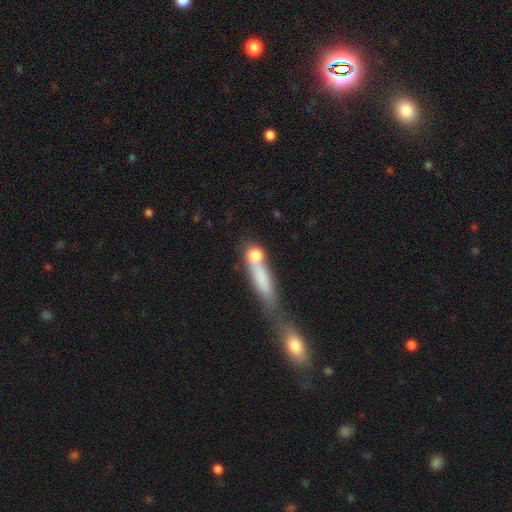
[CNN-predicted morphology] Smooth or featured?
  - smooth: 70% *
  - featured or disk: 19%
  - star or artifact: 11%
How rounded?
  - round: 45% *
  - cigar-shaped: 31%
  - in between: 24%
Merging?
  - none: 47% *
  - merger: 31%
  - minor disturbance: 12%
  - major disturbance: 9%